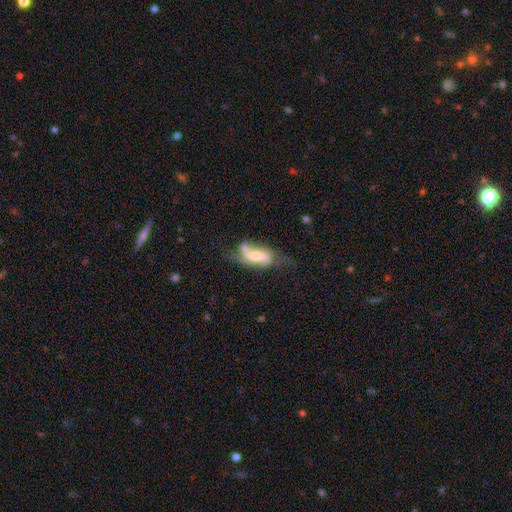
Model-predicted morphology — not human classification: Q: Smooth or featured?
A: featured or disk (71%); runner-up: smooth (22%)
Q: Edge-on disk?
A: no (91%); runner-up: yes (9%)
Q: Bar?
A: weak (39%); runner-up: strong (37%)
Q: Spiral arms?
A: yes (87%); runner-up: no (13%)
Q: Spiral winding?
A: loose (64%); runner-up: medium (27%)
Q: Spiral arm count?
A: 2 (84%); runner-up: can't tell (7%)
Q: Bulge size?
A: moderate (50%); runner-up: small (32%)
Q: Merging?
A: none (43%); runner-up: minor disturbance (27%)